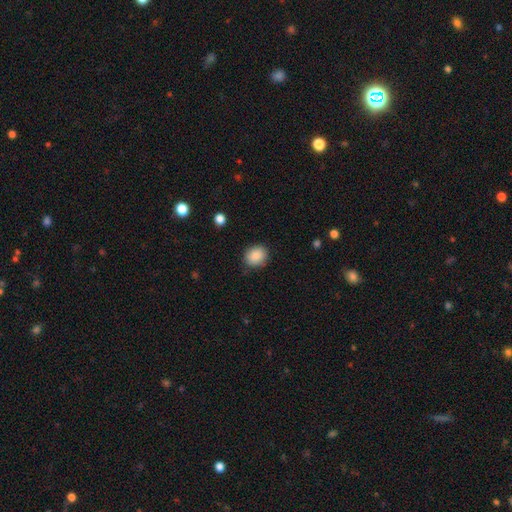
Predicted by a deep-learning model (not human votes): Smooth or featured? smooth (88%)
How rounded? round (63%)
Merging? none (85%)